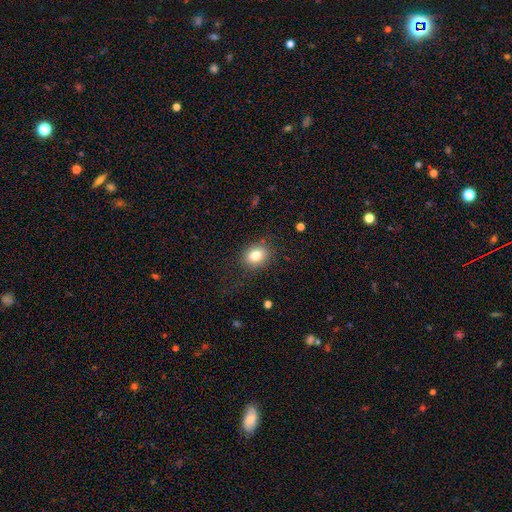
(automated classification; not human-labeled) smooth 80%, star or artifact 10%, featured or disk 10%. Down the decision tree: how rounded — in between (53%); merging — none (83%).